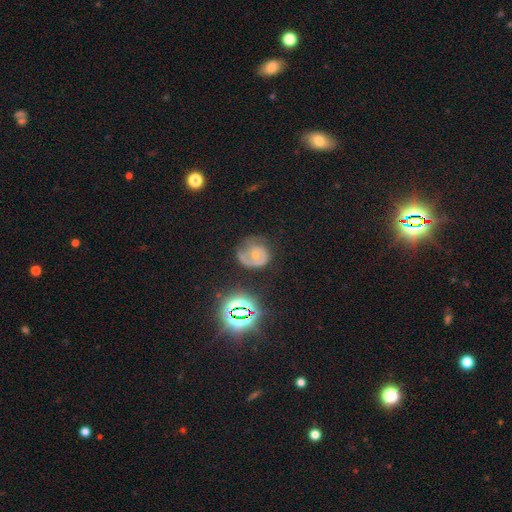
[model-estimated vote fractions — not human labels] Overall: featured or disk (69%). Edge-on disk: no (98%). Bar: no (72%). Spiral arms: yes (84%). Spiral arm count: 1 (44%; 2 36%). Spiral winding: tight (51%; medium 35%). Bulge size: small (55%; moderate 38%). Merging: none (50%; minor disturbance 26%).